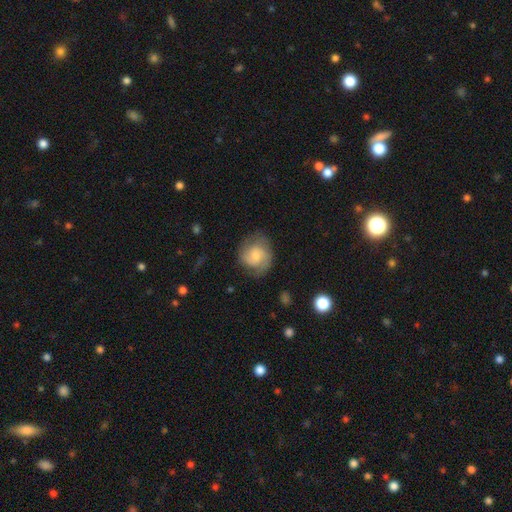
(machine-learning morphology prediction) Q: Smooth or featured?
A: featured or disk (54%); runner-up: smooth (39%)
Q: Edge-on disk?
A: no (98%); runner-up: yes (2%)
Q: Bar?
A: no (63%); runner-up: weak (33%)
Q: Spiral arms?
A: yes (90%); runner-up: no (10%)
Q: Bulge size?
A: small (43%); runner-up: moderate (38%)
Q: Merging?
A: none (66%); runner-up: minor disturbance (22%)